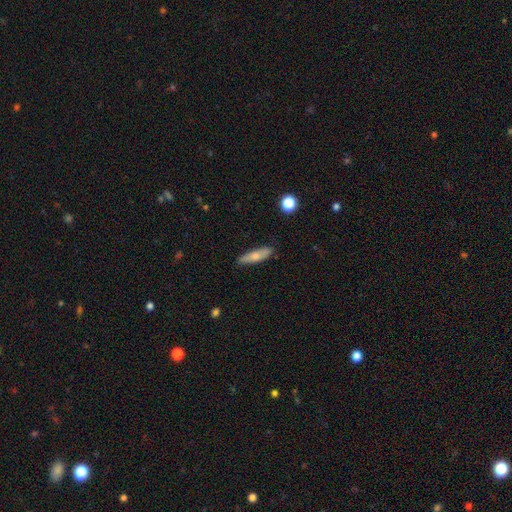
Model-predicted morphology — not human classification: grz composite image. It shows a smooth galaxy with no disk features (67%) that is cigar-shaped (68%). Merging: none (82%).